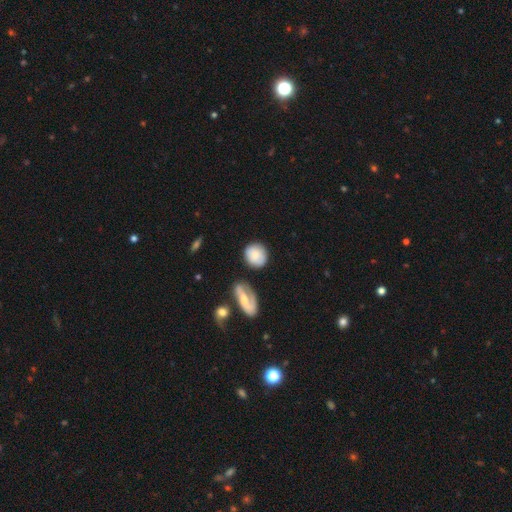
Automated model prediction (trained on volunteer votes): A smooth galaxy with no disk features (73%) that is round (81%). Merging: none (70%).